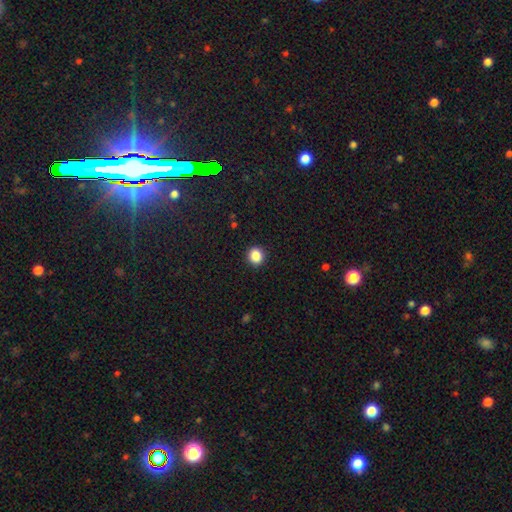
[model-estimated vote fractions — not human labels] Q: Smooth or featured?
A: smooth (87%); runner-up: star or artifact (10%)
Q: How rounded?
A: round (86%); runner-up: in between (13%)
Q: Merging?
A: none (92%); runner-up: minor disturbance (6%)